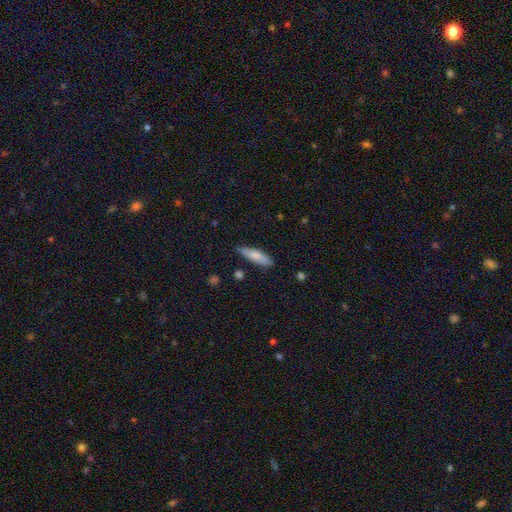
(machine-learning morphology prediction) smooth_or_featured: smooth (p=0.79) [alt: featured or disk p=0.15]
how_rounded: cigar-shaped (p=0.65) [alt: in between p=0.34]
merging: none (p=0.77) [alt: minor disturbance p=0.18]